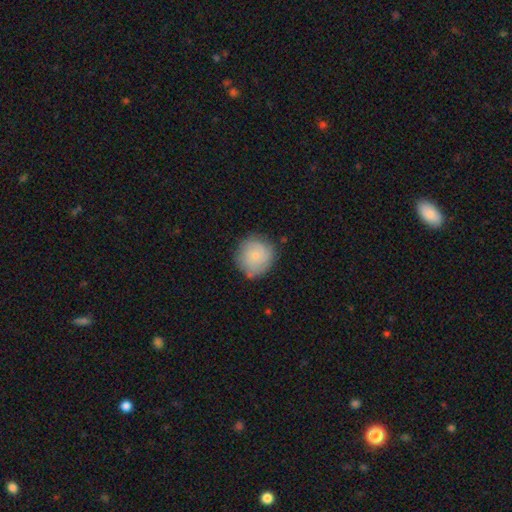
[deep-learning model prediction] A smooth galaxy with no disk features (68%) that is round (91%). Merging: none (76%).